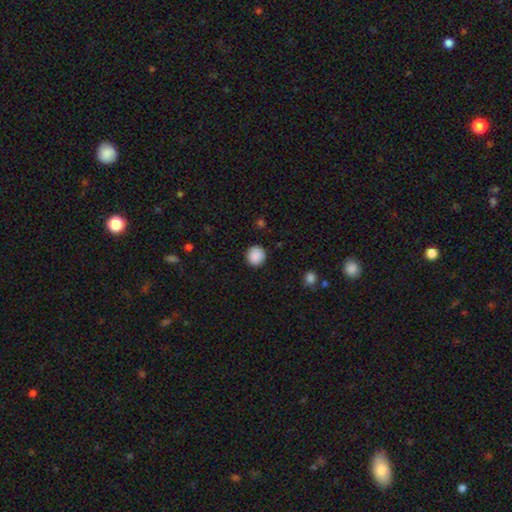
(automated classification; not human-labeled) Smooth or featured? Predicted: smooth (p=0.89). How rounded? Predicted: round (p=0.92). Merging? Predicted: none (p=0.91).